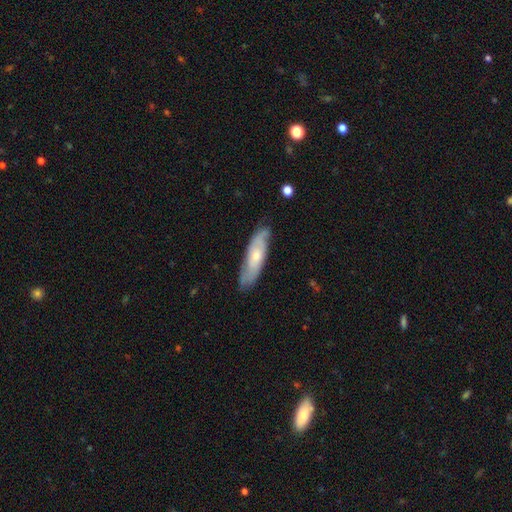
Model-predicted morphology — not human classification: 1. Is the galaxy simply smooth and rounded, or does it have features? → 52% featured or disk, 42% smooth, 6% star or artifact.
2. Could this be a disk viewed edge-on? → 70% no, 30% yes.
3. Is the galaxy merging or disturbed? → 74% none, 20% minor disturbance, 4% major disturbance, 2% merger.